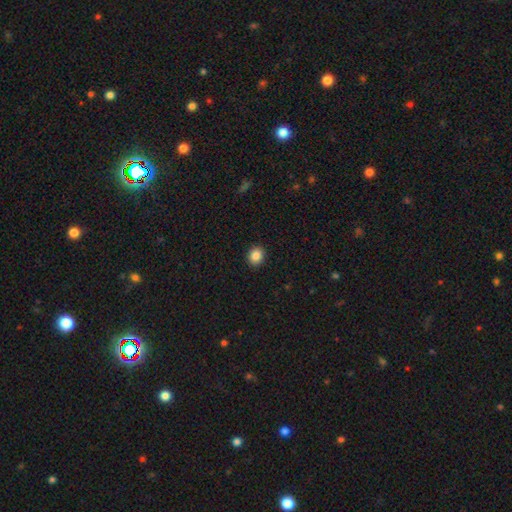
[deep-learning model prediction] Smooth or featured? Predicted: smooth (p=0.87). How rounded? Predicted: round (p=0.69). Merging? Predicted: none (p=0.92).